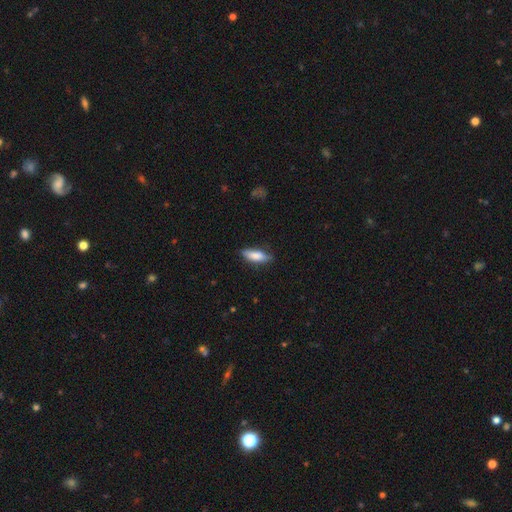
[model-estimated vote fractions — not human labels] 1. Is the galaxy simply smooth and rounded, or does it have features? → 77% smooth, 17% featured or disk, 6% star or artifact.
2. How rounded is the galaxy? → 56% in between, 42% cigar-shaped, 2% round.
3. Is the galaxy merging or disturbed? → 79% none, 17% minor disturbance, 3% major disturbance, 1% merger.